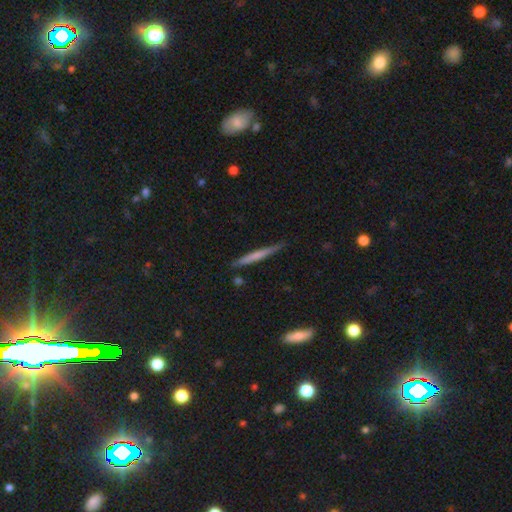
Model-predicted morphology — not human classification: The model was most divided on "smooth or featured": smooth: 52%, featured or disk: 42%, star or artifact: 6%. More confident: how rounded — cigar-shaped (95%); merging — none (84%).